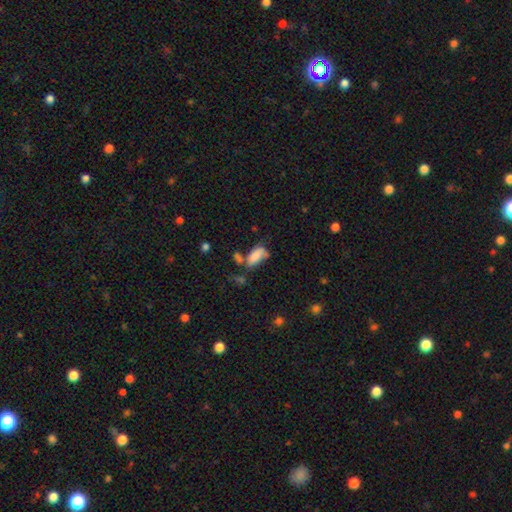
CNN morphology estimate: This appears to be a smooth galaxy with no disk features (70%) that is in between round and cigar-shaped (87%). Merging: none (32%).